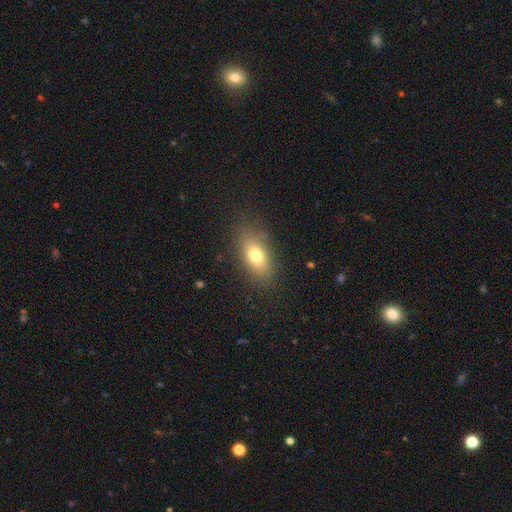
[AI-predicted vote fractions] The model was most divided on "smooth or featured": smooth: 74%, featured or disk: 15%, star or artifact: 11%. More confident: how rounded — in between (83%); merging — none (82%).